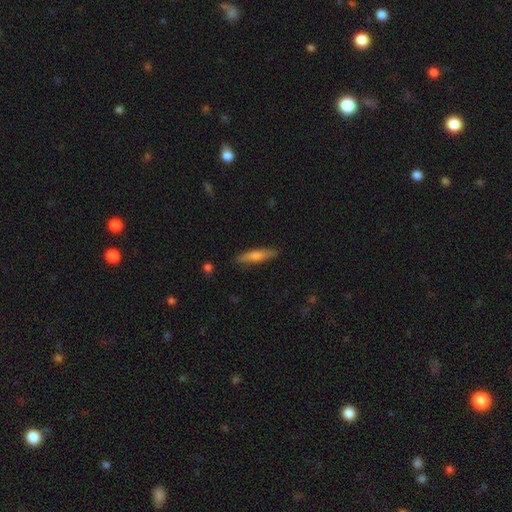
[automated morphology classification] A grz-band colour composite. It shows a smooth galaxy with no disk features (54%) that is cigar-shaped (86%). Merging: none (89%).